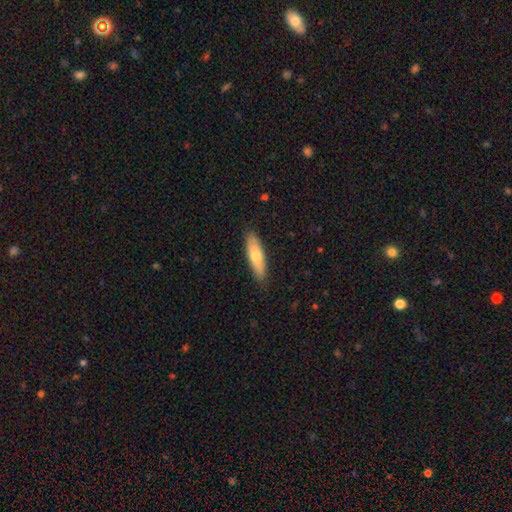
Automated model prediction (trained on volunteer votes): This appears to be a smooth galaxy with no disk features (69%) that is cigar-shaped (58%). Merging: none (86%).